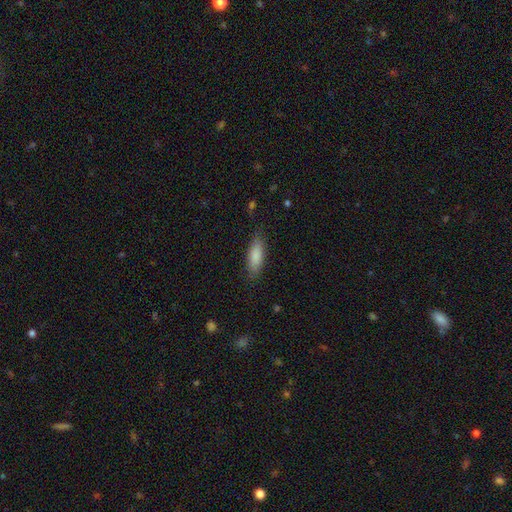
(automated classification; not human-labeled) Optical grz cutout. It shows a smooth galaxy with no disk features (85%) that is in between round and cigar-shaped (67%). Merging: none (80%).